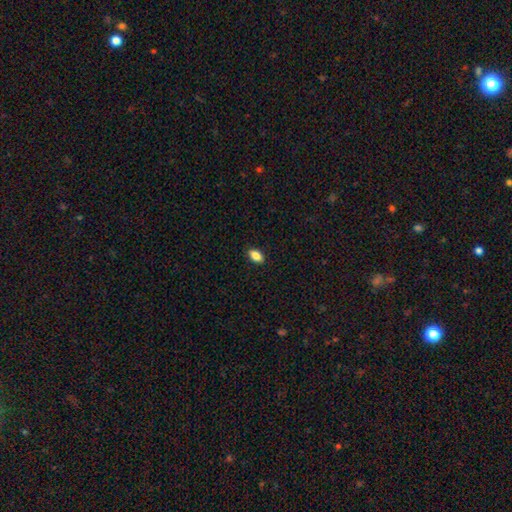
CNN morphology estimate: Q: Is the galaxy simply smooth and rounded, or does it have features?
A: smooth — 86%.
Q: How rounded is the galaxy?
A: in between — 89%.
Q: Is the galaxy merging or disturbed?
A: none — 89%.